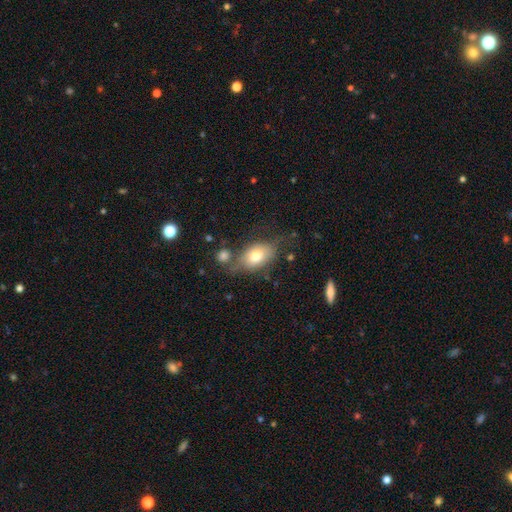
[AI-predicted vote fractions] This is likely a smooth galaxy (73%). How rounded: clearly in between (82%). Merging: possibly none (51%).